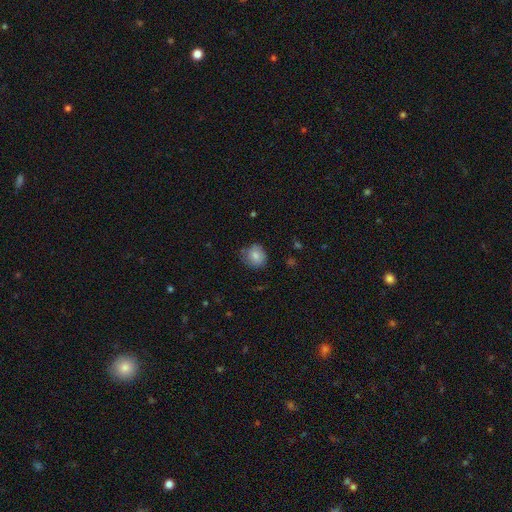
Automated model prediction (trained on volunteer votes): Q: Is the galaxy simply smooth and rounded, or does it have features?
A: smooth — 79%.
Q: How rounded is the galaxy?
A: round — 78%.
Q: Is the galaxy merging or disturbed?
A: none — 70%.